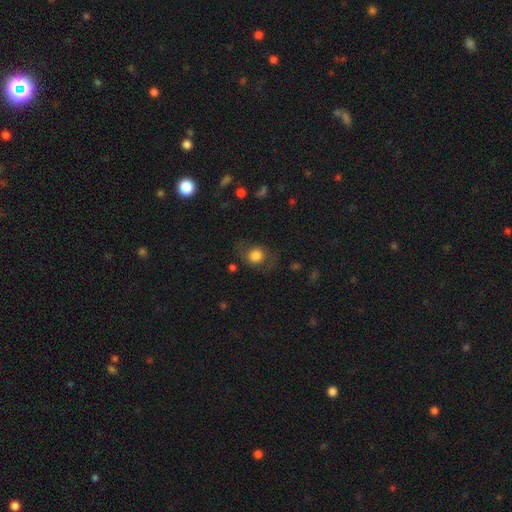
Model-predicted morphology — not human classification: This appears to be a smooth galaxy with no disk features (70%) that is round (69%). Merging: none (67%).